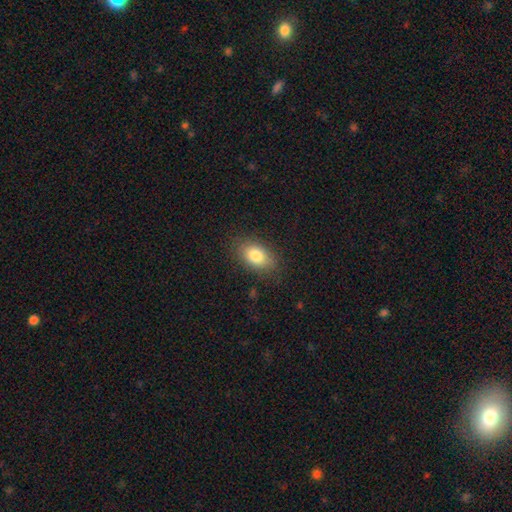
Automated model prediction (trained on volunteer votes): The model was most divided on "merging": none: 83%, minor disturbance: 12%, major disturbance: 4%, merger: 1%. More confident: how rounded — in between (88%); smooth or featured — smooth (82%).